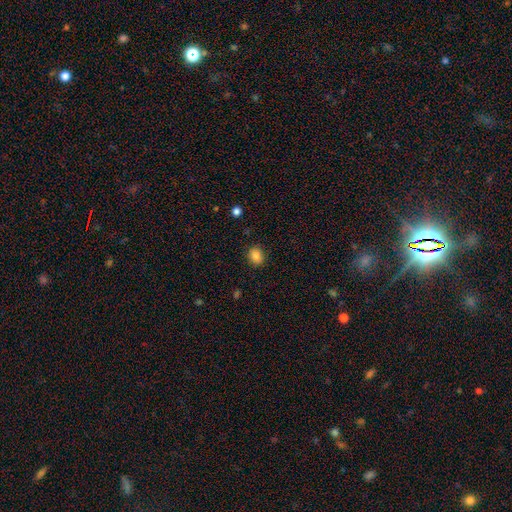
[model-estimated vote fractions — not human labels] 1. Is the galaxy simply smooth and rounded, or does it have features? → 85% smooth, 10% star or artifact, 5% featured or disk.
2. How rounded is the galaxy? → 67% round, 32% in between, 1% cigar-shaped.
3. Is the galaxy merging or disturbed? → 88% none, 8% minor disturbance, 2% major disturbance, 1% merger.